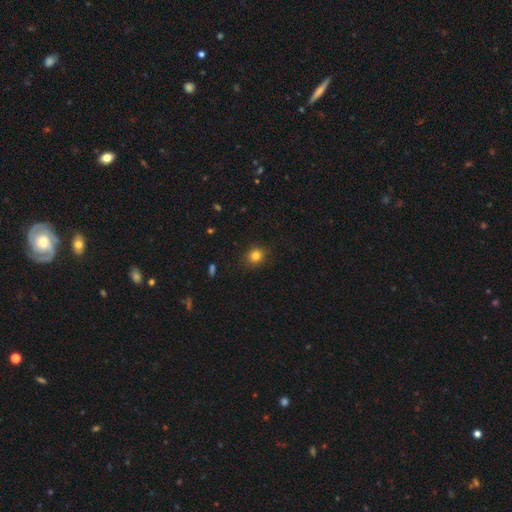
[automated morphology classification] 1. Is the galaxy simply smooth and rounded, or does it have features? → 81% smooth, 12% star or artifact, 6% featured or disk.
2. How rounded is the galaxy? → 78% round, 21% in between, 1% cigar-shaped.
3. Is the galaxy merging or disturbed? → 88% none, 9% minor disturbance, 2% major disturbance, 1% merger.